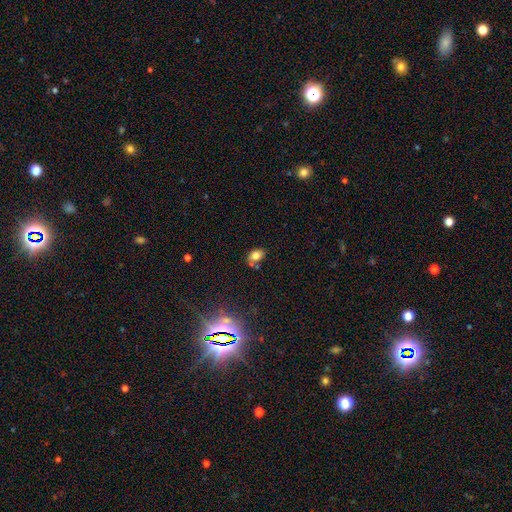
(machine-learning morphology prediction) Smooth or featured?
  - smooth: 75% *
  - star or artifact: 13%
  - featured or disk: 12%
How rounded?
  - in between: 77% *
  - round: 22%
  - cigar-shaped: 1%
Merging?
  - none: 57% *
  - minor disturbance: 20%
  - merger: 17%
  - major disturbance: 6%